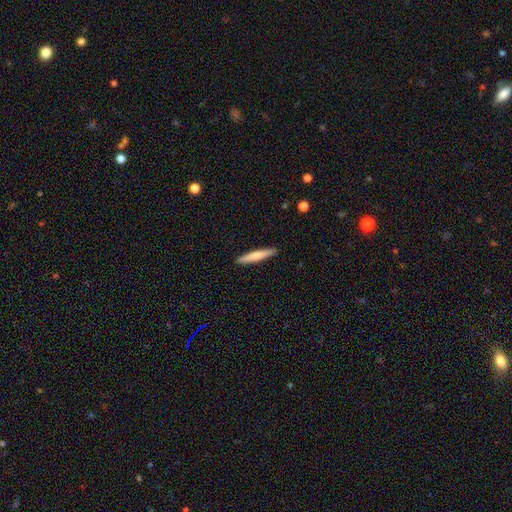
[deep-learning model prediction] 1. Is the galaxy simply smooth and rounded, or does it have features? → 65% smooth, 30% featured or disk, 5% star or artifact.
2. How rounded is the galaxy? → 94% cigar-shaped, 5% in between, 1% round.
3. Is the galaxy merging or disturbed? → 91% none, 6% minor disturbance, 1% major disturbance, 1% merger.